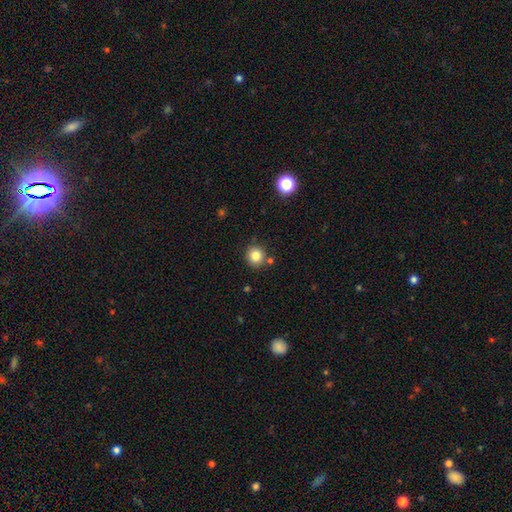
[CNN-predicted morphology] Smooth or featured? smooth (82%)
How rounded? round (91%)
Merging? none (82%)